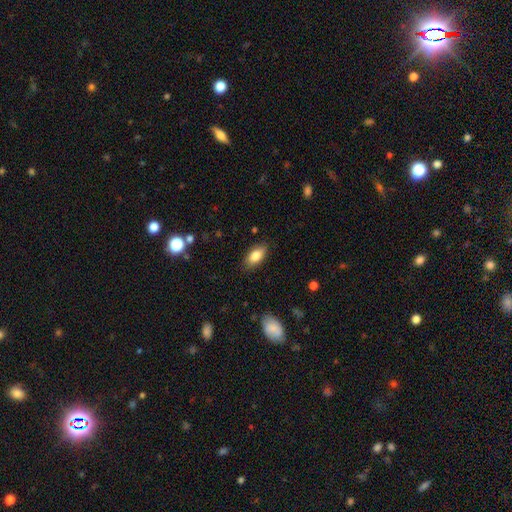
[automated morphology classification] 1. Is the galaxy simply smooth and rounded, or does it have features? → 81% smooth, 11% featured or disk, 7% star or artifact.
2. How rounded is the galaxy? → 89% in between, 7% cigar-shaped, 4% round.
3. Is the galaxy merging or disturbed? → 84% none, 12% minor disturbance, 3% major disturbance, 1% merger.